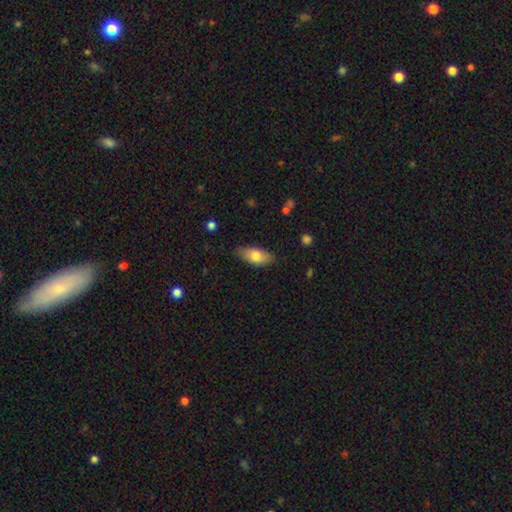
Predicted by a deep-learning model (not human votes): This appears to be a smooth galaxy with no disk features (76%) that is in between round and cigar-shaped (86%). Merging: none (82%).